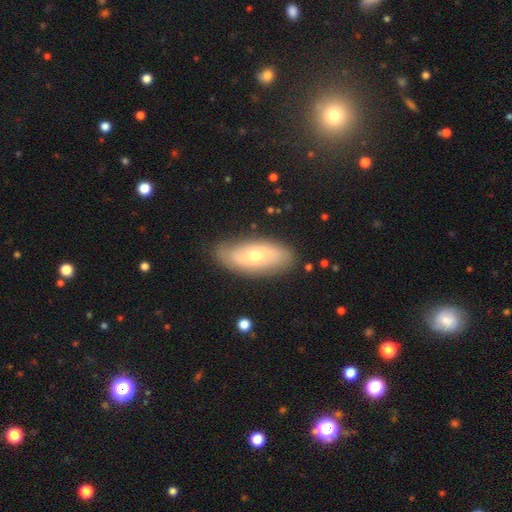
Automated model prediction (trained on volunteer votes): featured or disk 58%, smooth 36%, star or artifact 7%. Down the decision tree: edge-on disk — no (85%); merging — none (83%).